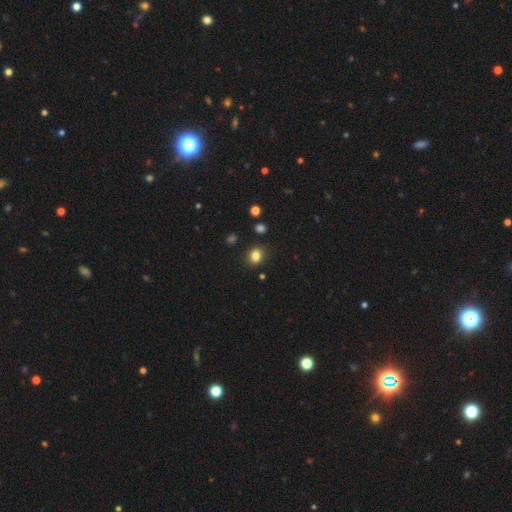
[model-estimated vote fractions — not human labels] Smooth or featured: smooth — 82% (star or artifact — 12%)
How rounded: round — 65% (in between — 34%)
Merging: none — 86% (minor disturbance — 10%)